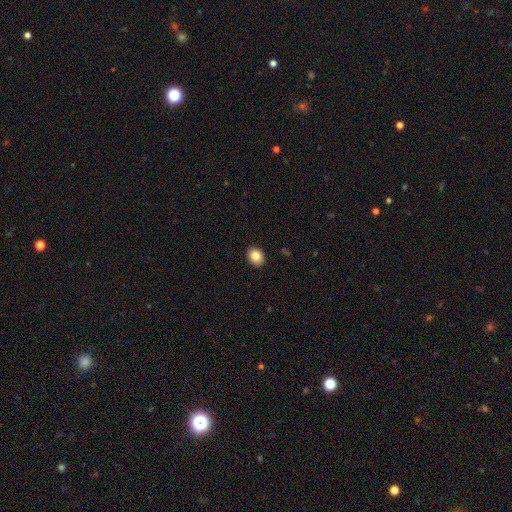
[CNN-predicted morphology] A smooth galaxy with no disk features (84%) that is in between round and cigar-shaped (51%).

Vote fractions:
- Smooth or featured? smooth: 84% / star or artifact: 9% / featured or disk: 7%
- How rounded? in between: 51% / round: 48% / cigar-shaped: 1%
- Merging? none: 91% / minor disturbance: 7% / major disturbance: 2% / merger: 1%